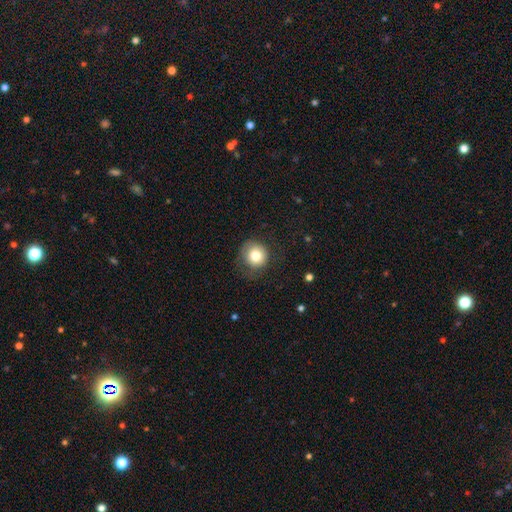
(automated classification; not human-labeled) Morphology: type=smooth (78%); roundness=round (90%); merging=none (71%).